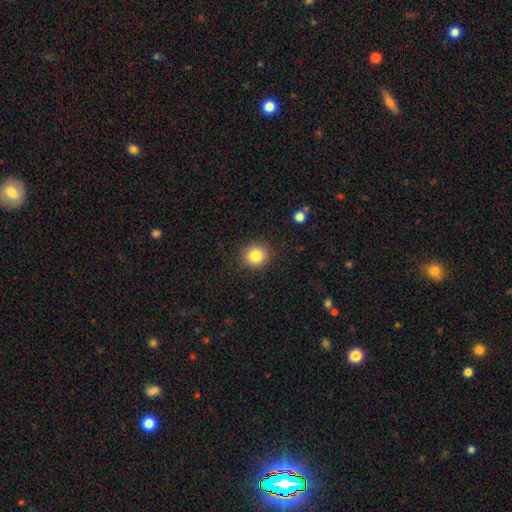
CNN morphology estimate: Smooth or featured? smooth (83%)
How rounded? round (89%)
Merging? none (89%)